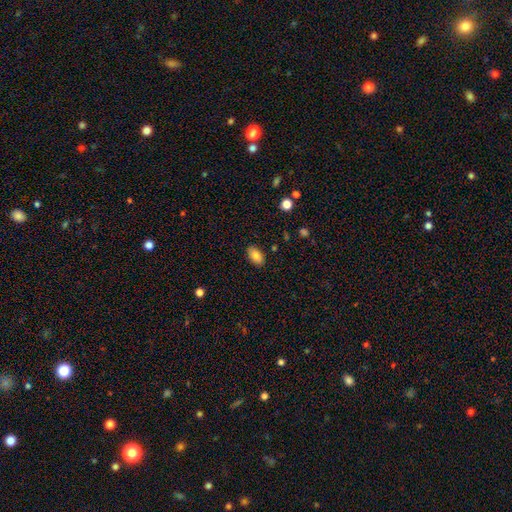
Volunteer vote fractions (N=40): Smooth or featured? 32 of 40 (80%) said smooth. How rounded? 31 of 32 (97%) said in between. Merging? 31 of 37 (84%) said none.